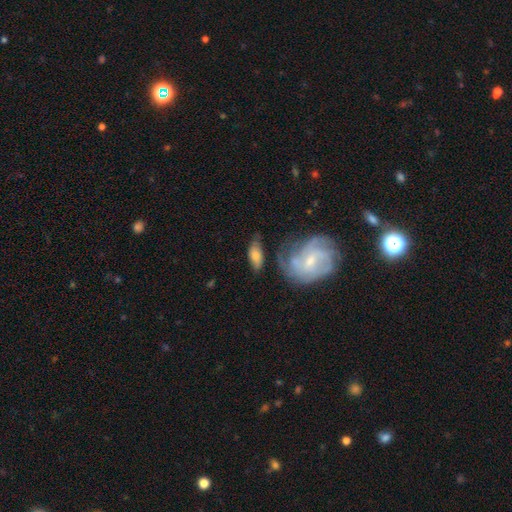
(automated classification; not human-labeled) Overall: smooth (58%; featured or disk 34%). How rounded: in between (81%). Merging: none (57%; minor disturbance 22%).